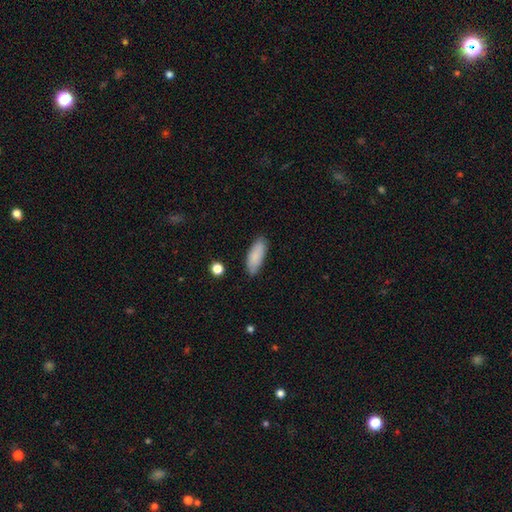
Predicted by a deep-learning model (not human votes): This is clearly a smooth galaxy (87%). How rounded: likely in between (74%). Merging: clearly none (83%).